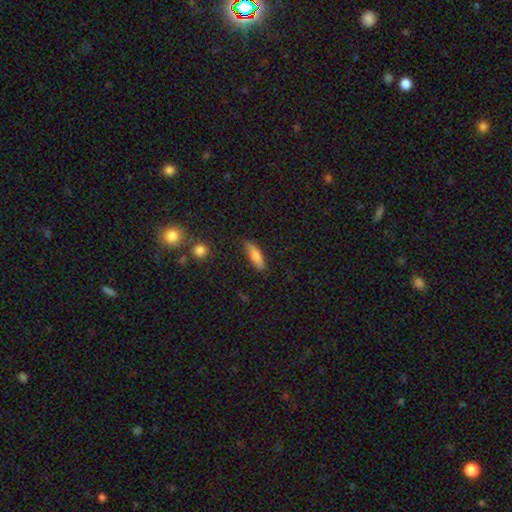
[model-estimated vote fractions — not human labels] The model was most divided on "how rounded": cigar-shaped: 55%, in between: 43%, round: 2%. More confident: merging — none (81%); smooth or featured — smooth (73%).